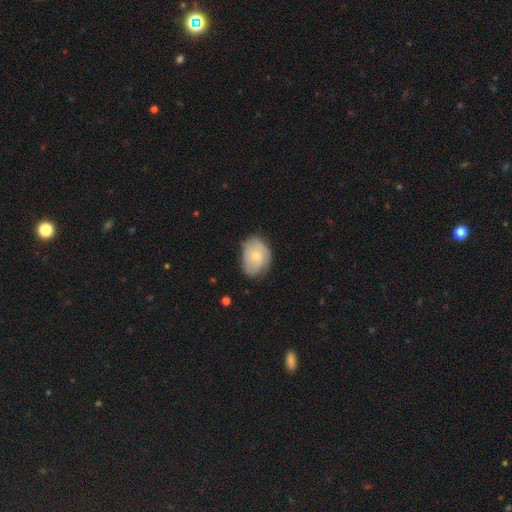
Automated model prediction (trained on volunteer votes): This appears to be a smooth galaxy with no disk features (54%) that is in between round and cigar-shaped (71%). Merging: none (65%).